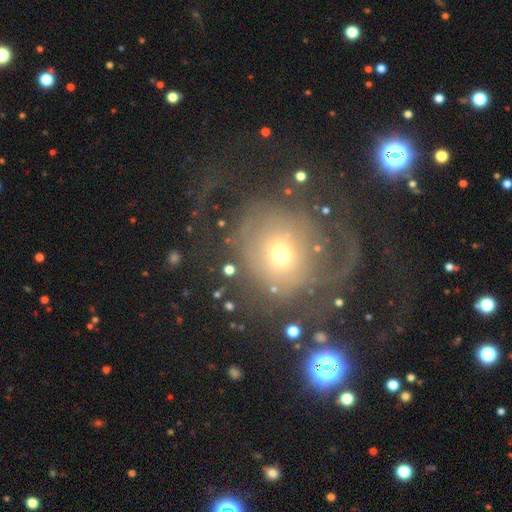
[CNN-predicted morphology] smooth-or-featured: featured or disk: 60% | smooth: 24% | star or artifact: 16%
  disk-edge-on: no: 95% | yes: 5%
    bar: no: 82% | weak: 13% | strong: 5%
    has-spiral-arms: yes: 66% | no: 34%
    bulge-size: small: 49% | moderate: 42% | large: 5% | dominant: 2% | none: 1%
  merging: none: 62% | major disturbance: 21% | minor disturbance: 14% | merger: 3%